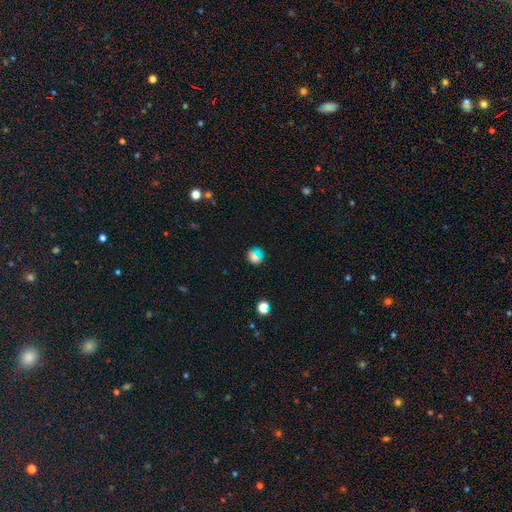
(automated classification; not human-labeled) smooth_or_featured: smooth (p=0.68) [alt: star or artifact p=0.23]
how_rounded: round (p=0.82) [alt: in between p=0.16]
merging: none (p=0.77) [alt: minor disturbance p=0.14]